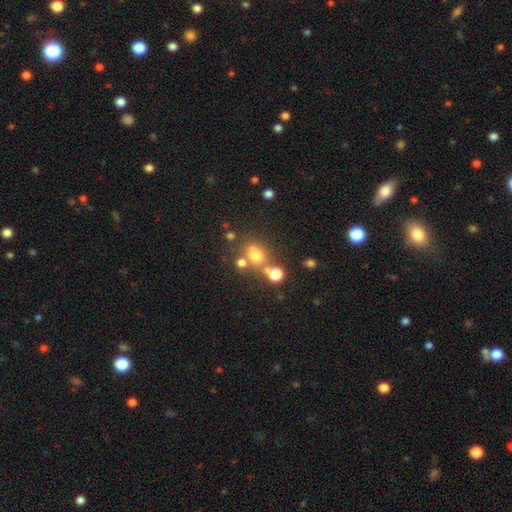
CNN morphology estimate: smooth_or_featured: smooth (p=0.60) [alt: star or artifact p=0.23]
how_rounded: round (p=0.75) [alt: in between p=0.24]
merging: none (p=0.51) [alt: merger p=0.31]